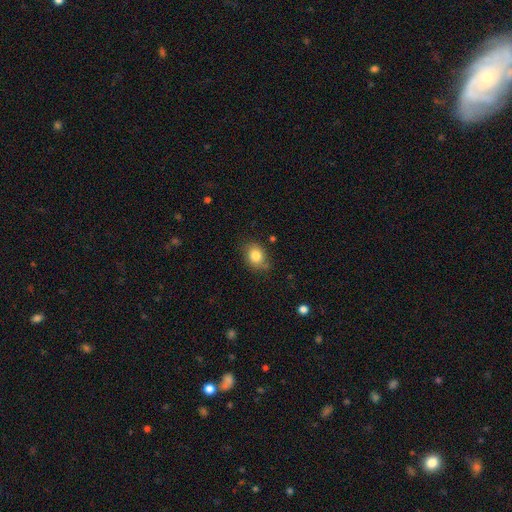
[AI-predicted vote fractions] Overall: smooth (83%). How rounded: in between (55%; round 44%). Merging: none (74%).